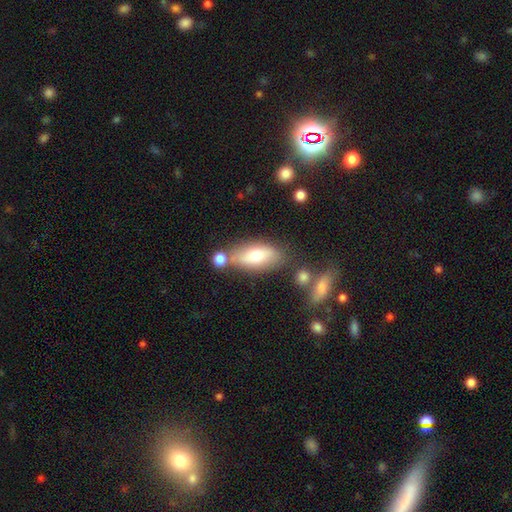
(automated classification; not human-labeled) A smooth galaxy with no disk features (66%) that is in between round and cigar-shaped (78%). Merging: none (68%).